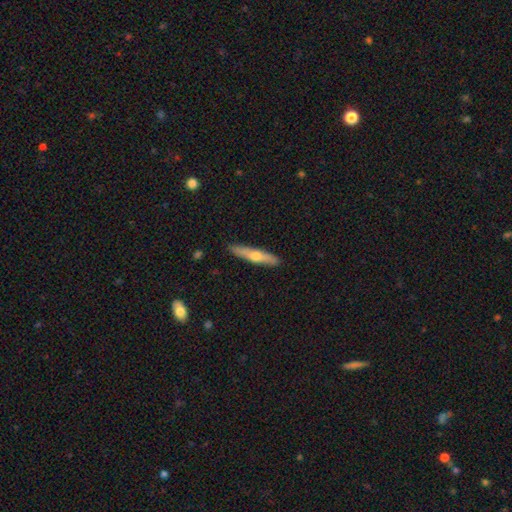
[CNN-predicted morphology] The model was most divided on "smooth or featured": smooth: 50%, featured or disk: 45%, star or artifact: 5%. More confident: merging — none (88%).